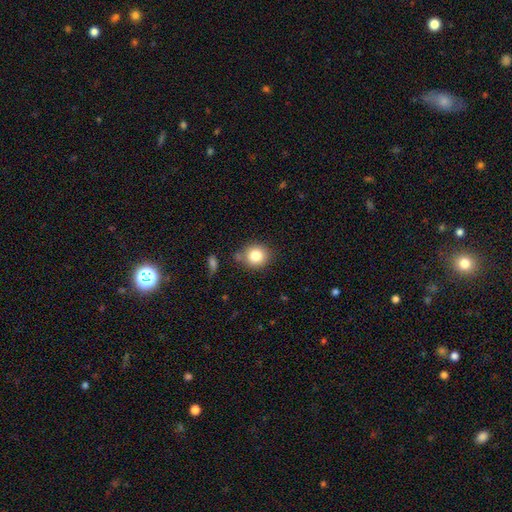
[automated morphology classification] Smooth or featured: smooth — 83% (star or artifact — 10%)
How rounded: round — 86% (in between — 13%)
Merging: none — 78% (minor disturbance — 12%)